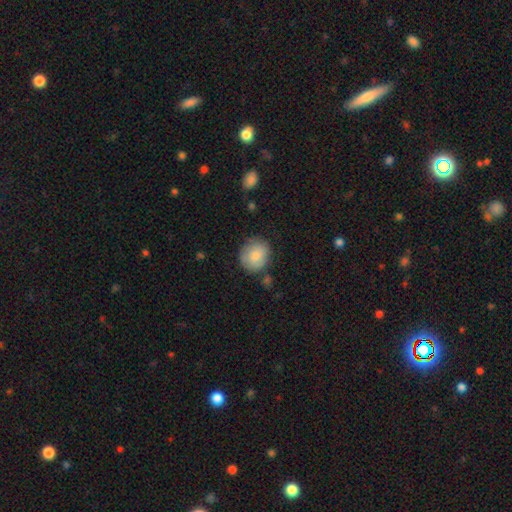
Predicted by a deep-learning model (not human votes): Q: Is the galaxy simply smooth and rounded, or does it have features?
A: smooth — 76%.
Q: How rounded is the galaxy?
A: round — 79%.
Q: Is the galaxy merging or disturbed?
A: none — 73%.